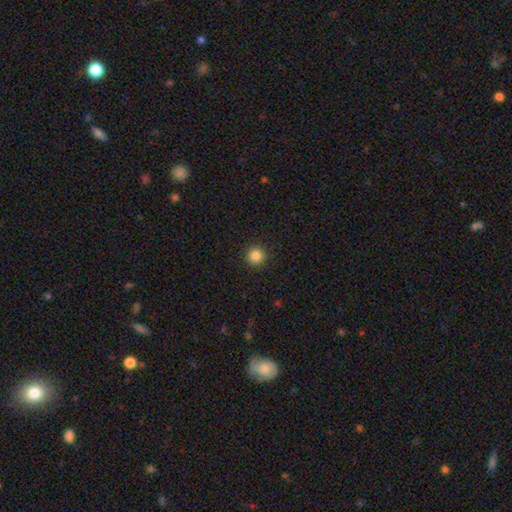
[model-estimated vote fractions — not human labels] This appears to be a smooth galaxy with no disk features (85%) that is round (96%). Merging: none (92%).